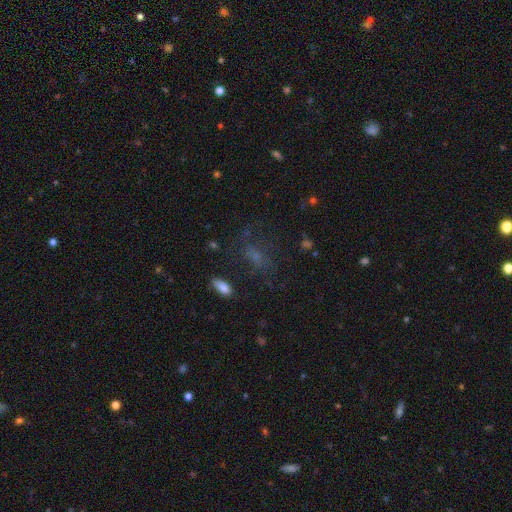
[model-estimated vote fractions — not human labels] This is marginally a smooth galaxy (43%). Merging: possibly none (56%).